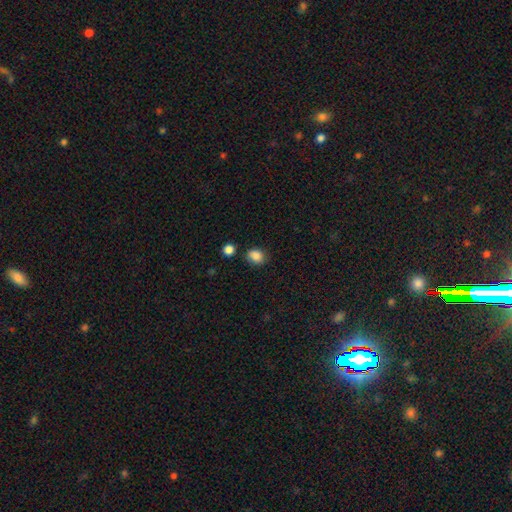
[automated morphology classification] Overall: smooth (86%). How rounded: round (54%; in between 45%). Merging: none (76%).